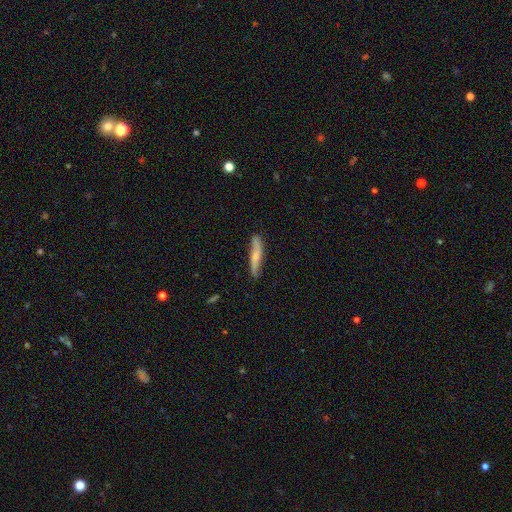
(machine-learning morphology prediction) This appears to be a smooth galaxy with no disk features (52%) that is cigar-shaped (88%). Merging: none (74%).